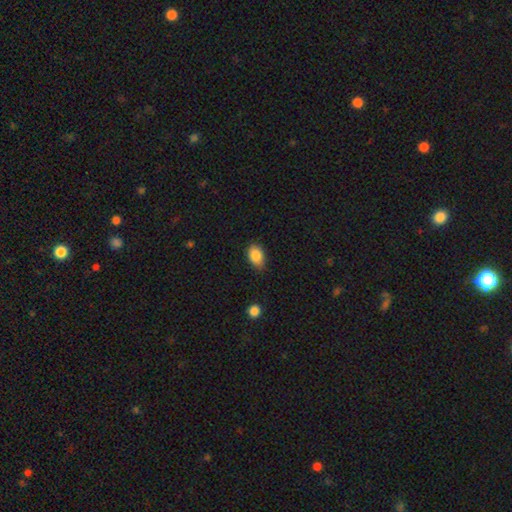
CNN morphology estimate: Smooth or featured: smooth — 86% (star or artifact — 8%)
How rounded: in between — 84% (round — 15%)
Merging: none — 77% (minor disturbance — 19%)